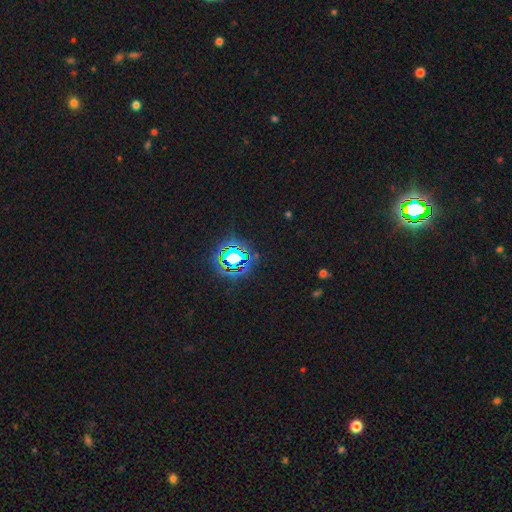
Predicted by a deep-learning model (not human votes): Morphology: type=star or artifact (82%).